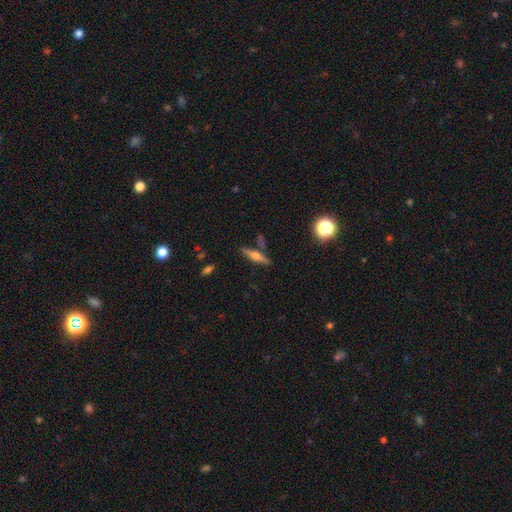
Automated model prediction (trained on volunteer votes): This appears to be a featured or disk galaxy (54%) viewed edge-on (95%) with a rounded central bulge (86%). Merging: none (81%).